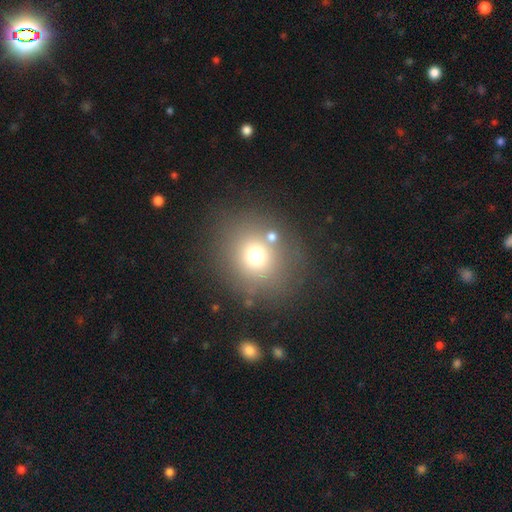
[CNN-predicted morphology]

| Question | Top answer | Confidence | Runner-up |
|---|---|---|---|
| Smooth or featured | smooth | 69% | star or artifact (19%) |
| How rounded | round | 85% | in between (14%) |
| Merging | none | 76% | minor disturbance (9%) |